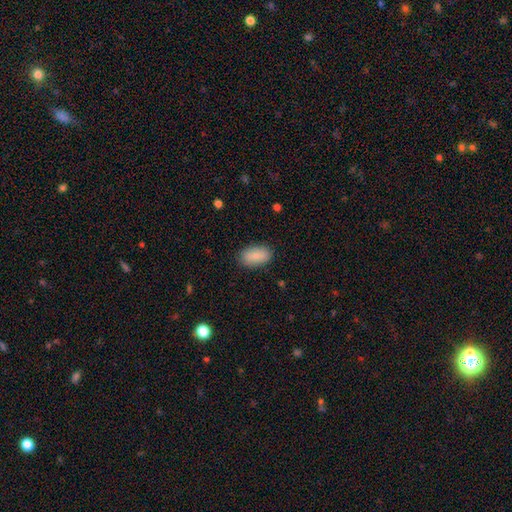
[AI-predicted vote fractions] This appears to be a smooth galaxy with no disk features (87%) that is in between round and cigar-shaped (93%). Merging: none (87%).